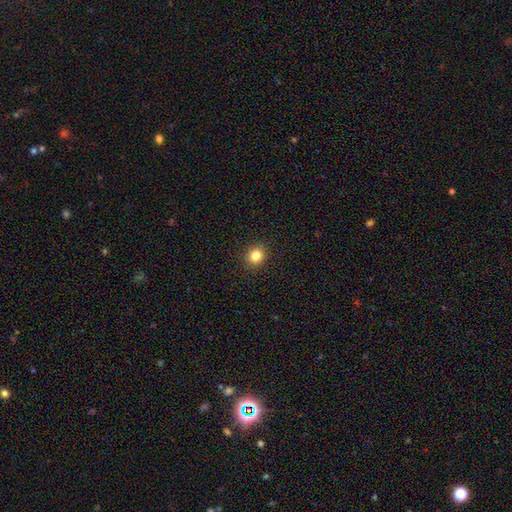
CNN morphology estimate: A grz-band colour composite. It shows a smooth galaxy with no disk features (82%) that is round (82%). Merging: none (92%).